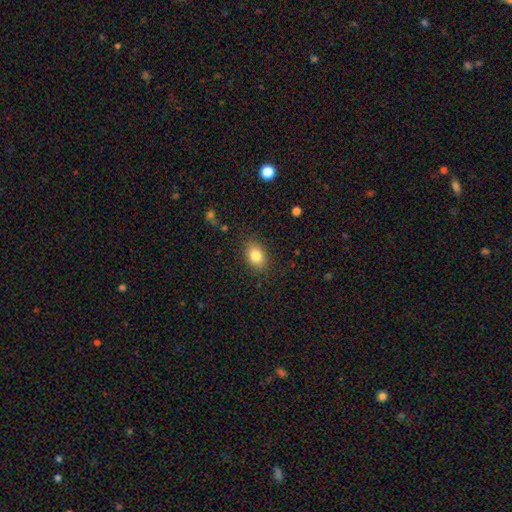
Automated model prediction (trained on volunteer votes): A smooth galaxy with no disk features (83%) that is in between round and cigar-shaped (76%).

Vote fractions:
- Smooth or featured? smooth: 83% / star or artifact: 9% / featured or disk: 9%
- How rounded? in between: 76% / round: 23% / cigar-shaped: 1%
- Merging? none: 85% / minor disturbance: 11% / major disturbance: 3% / merger: 1%